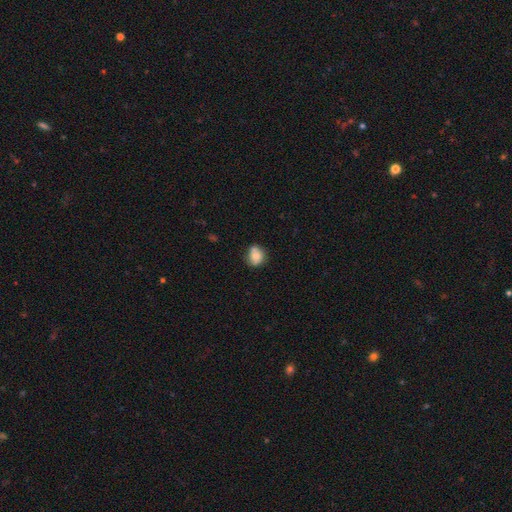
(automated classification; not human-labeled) smooth_or_featured: smooth (p=0.73) [alt: featured or disk p=0.18]
how_rounded: round (p=0.66) [alt: in between p=0.33]
merging: none (p=0.56) [alt: minor disturbance p=0.23]